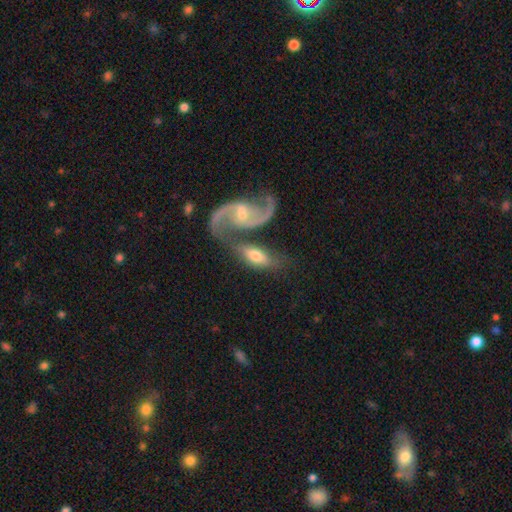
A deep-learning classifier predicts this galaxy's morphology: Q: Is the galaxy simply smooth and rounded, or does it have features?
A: featured or disk — 60%.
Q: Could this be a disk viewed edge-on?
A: no — 83%.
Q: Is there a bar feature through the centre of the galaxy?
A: weak — 42%, tied with no.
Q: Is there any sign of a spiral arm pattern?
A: yes — 81%.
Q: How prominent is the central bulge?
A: moderate — 46%.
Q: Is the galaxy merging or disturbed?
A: merger — 43%.